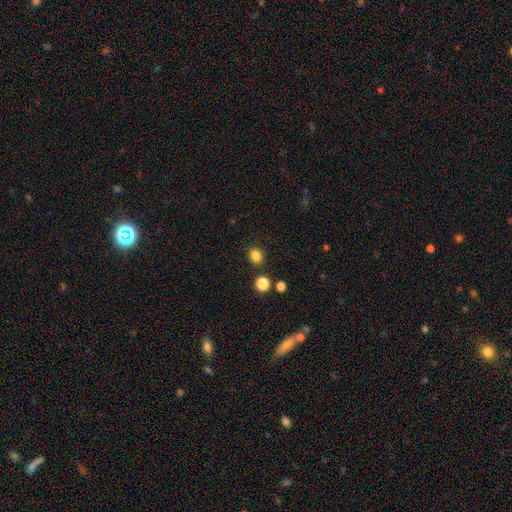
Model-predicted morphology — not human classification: A smooth galaxy with no disk features (83%) that is round (64%).

Vote fractions:
- Smooth or featured? smooth: 83% / star or artifact: 13% / featured or disk: 4%
- How rounded? round: 64% / in between: 35% / cigar-shaped: 1%
- Merging? none: 86% / minor disturbance: 8% / merger: 4% / major disturbance: 3%